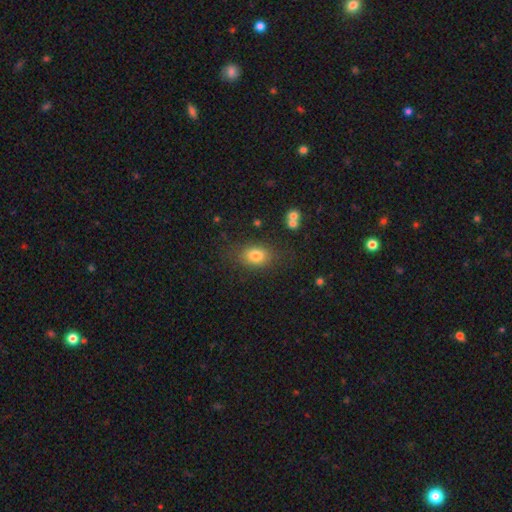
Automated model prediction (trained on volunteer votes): The model was most divided on "how rounded": in between: 72%, round: 27%, cigar-shaped: 2%. More confident: smooth or featured — smooth (79%); merging — none (77%).